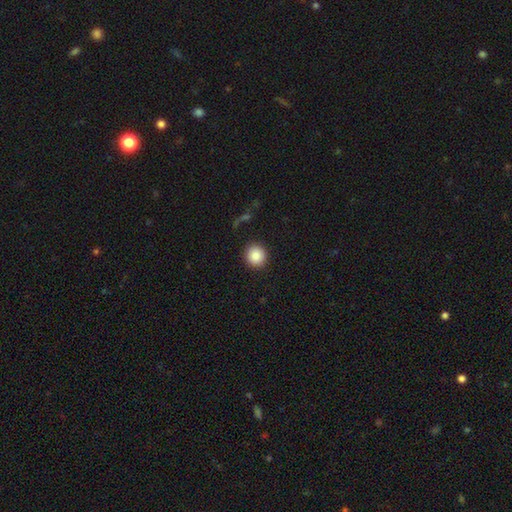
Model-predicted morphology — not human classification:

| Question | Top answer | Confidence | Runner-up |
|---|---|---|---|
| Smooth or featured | smooth | 86% | star or artifact (9%) |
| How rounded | round | 93% | in between (6%) |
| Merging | none | 90% | minor disturbance (6%) |